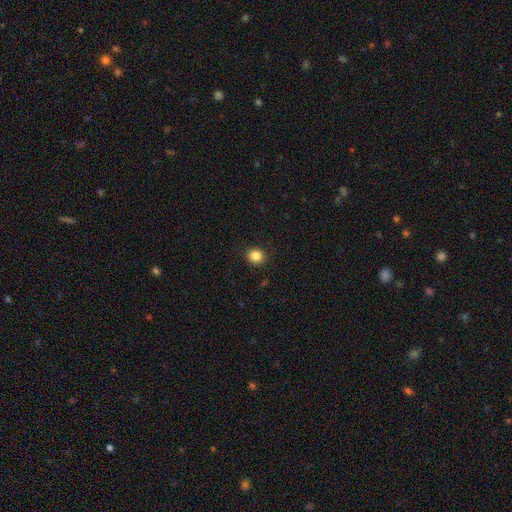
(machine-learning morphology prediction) Q: Smooth or featured?
A: smooth (85%); runner-up: star or artifact (11%)
Q: How rounded?
A: round (89%); runner-up: in between (10%)
Q: Merging?
A: none (92%); runner-up: minor disturbance (6%)